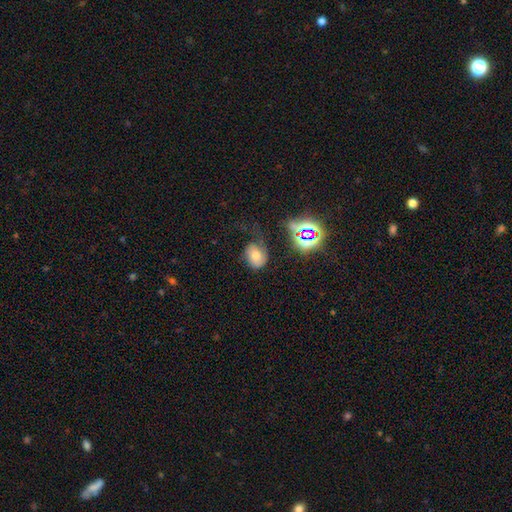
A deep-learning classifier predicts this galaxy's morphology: This is possibly a smooth galaxy (53%). How rounded: likely in between (63%). Merging: marginally none (41%).